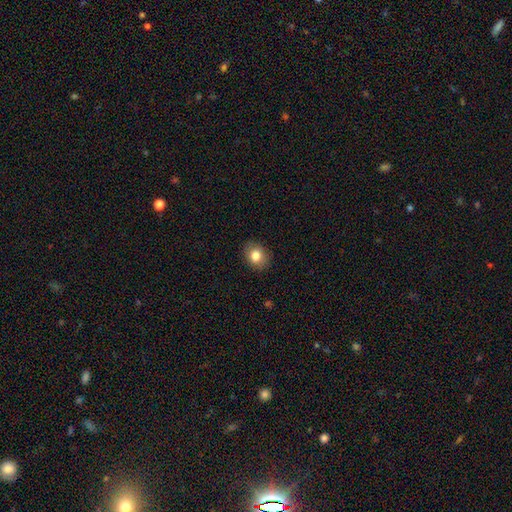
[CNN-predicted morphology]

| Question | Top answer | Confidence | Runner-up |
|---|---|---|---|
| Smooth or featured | smooth | 82% | star or artifact (9%) |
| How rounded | round | 54% | in between (45%) |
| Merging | none | 88% | minor disturbance (9%) |